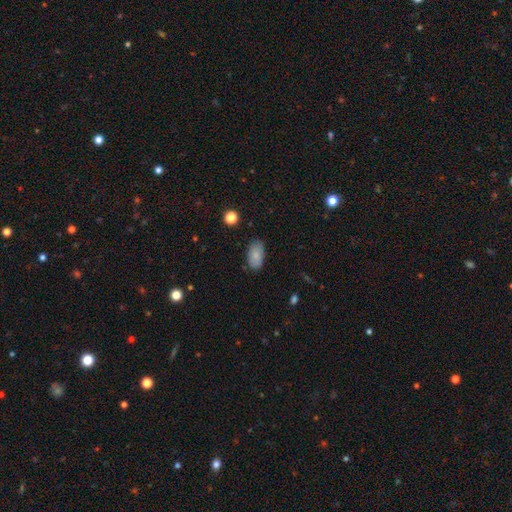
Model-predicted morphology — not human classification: This is clearly a smooth galaxy (83%). How rounded: clearly in between (93%). Merging: likely none (80%).